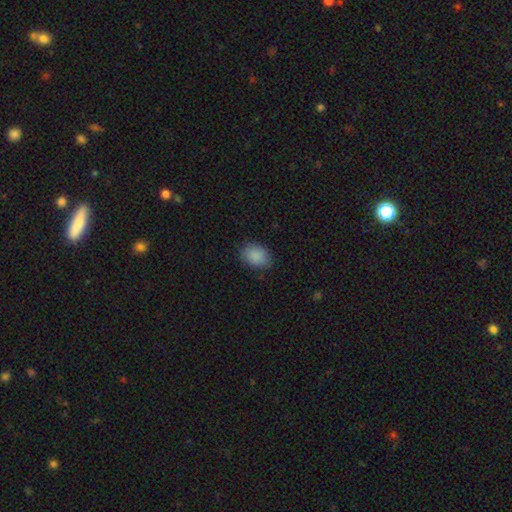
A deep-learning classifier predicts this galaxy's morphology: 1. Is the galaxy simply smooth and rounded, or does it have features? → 88% smooth, 8% star or artifact, 4% featured or disk.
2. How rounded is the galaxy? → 71% in between, 28% round, 1% cigar-shaped.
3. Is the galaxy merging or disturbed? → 83% none, 13% minor disturbance, 3% major disturbance, 1% merger.